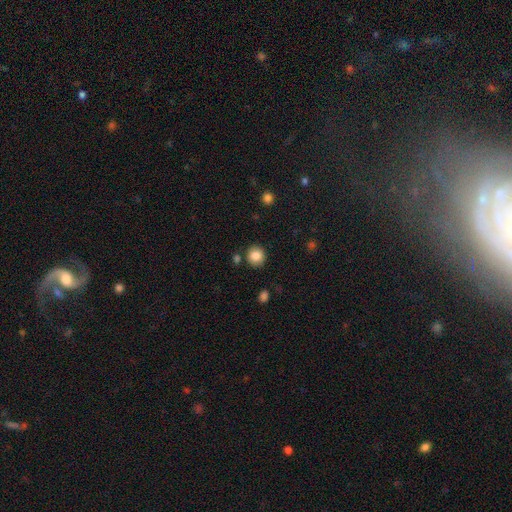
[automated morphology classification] smooth_or_featured: smooth (p=0.86) [alt: star or artifact p=0.09]
how_rounded: round (p=0.90) [alt: in between p=0.09]
merging: none (p=0.85) [alt: minor disturbance p=0.08]